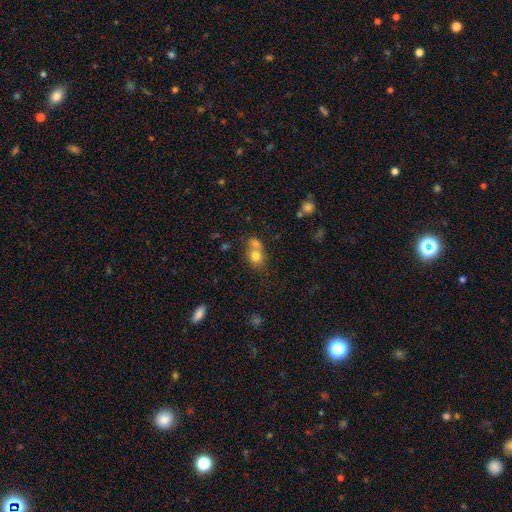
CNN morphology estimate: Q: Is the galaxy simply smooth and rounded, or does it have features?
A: smooth — 77%.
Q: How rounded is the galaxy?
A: round — 63%.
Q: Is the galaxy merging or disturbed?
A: merger — 55%.